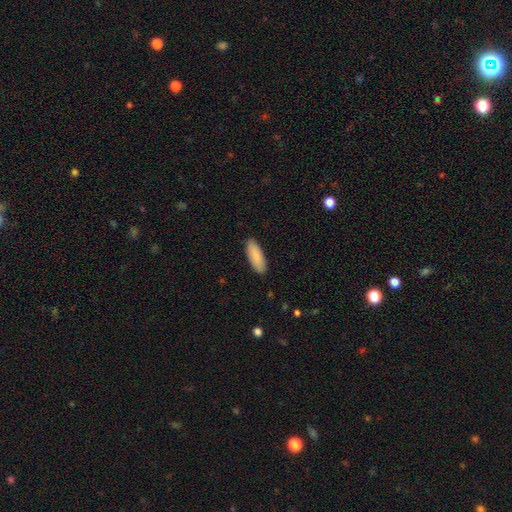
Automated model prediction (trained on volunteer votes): smooth_or_featured: smooth (p=0.90) [alt: star or artifact p=0.05]
how_rounded: in between (p=0.70) [alt: cigar-shaped p=0.28]
merging: none (p=0.89) [alt: minor disturbance p=0.08]